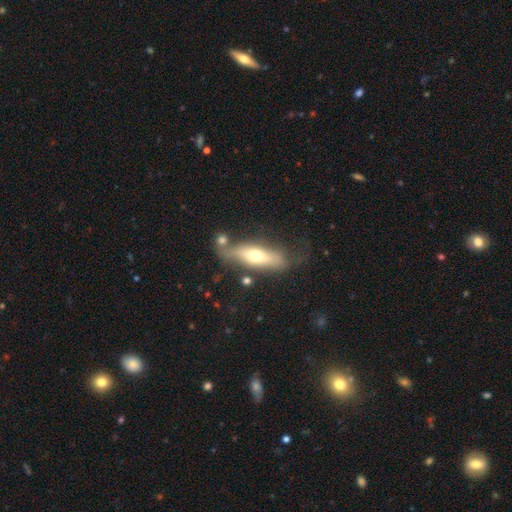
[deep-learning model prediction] Smooth or featured? smooth (52%)
How rounded? cigar-shaped (53%)
Merging? none (54%)